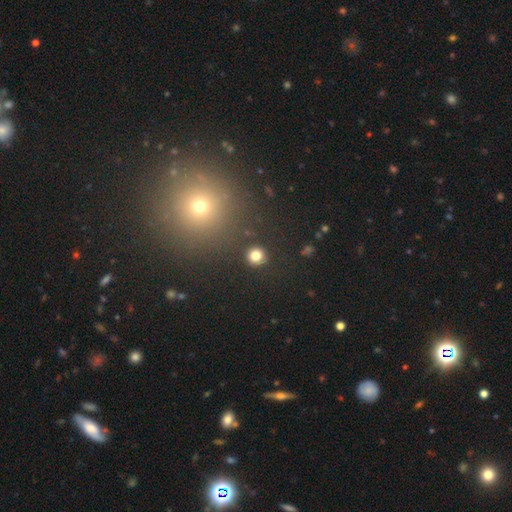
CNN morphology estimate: smooth_or_featured: smooth (p=0.81) [alt: star or artifact p=0.13]
how_rounded: round (p=0.93) [alt: in between p=0.07]
merging: none (p=0.90) [alt: minor disturbance p=0.05]